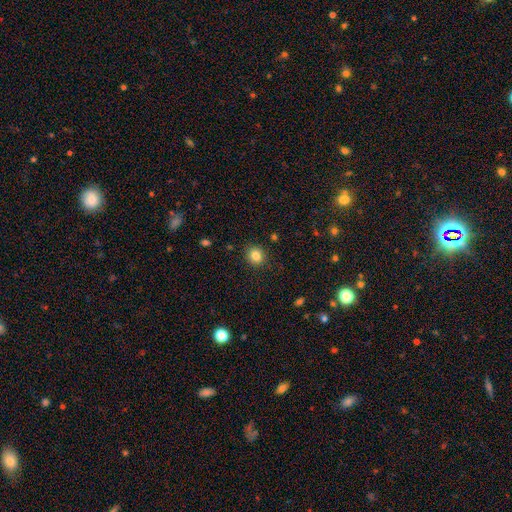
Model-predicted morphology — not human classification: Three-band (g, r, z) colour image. It shows a smooth galaxy with no disk features (84%) that is round (86%). Merging: none (90%).